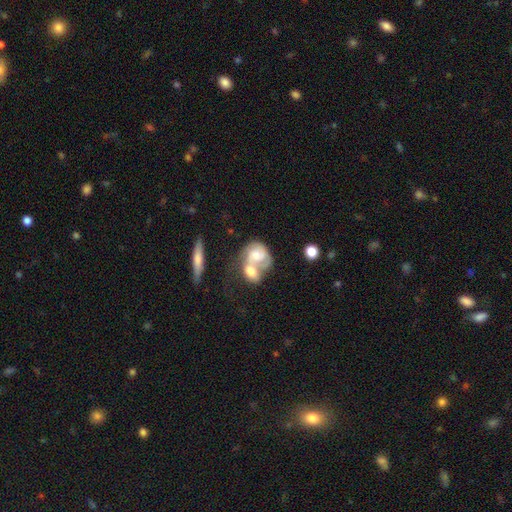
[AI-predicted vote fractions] This appears to be a featured or disk galaxy (57%) with no bar (71%), spiral arms (76%) and a moderate central bulge (53%). Merging: merger (68%).